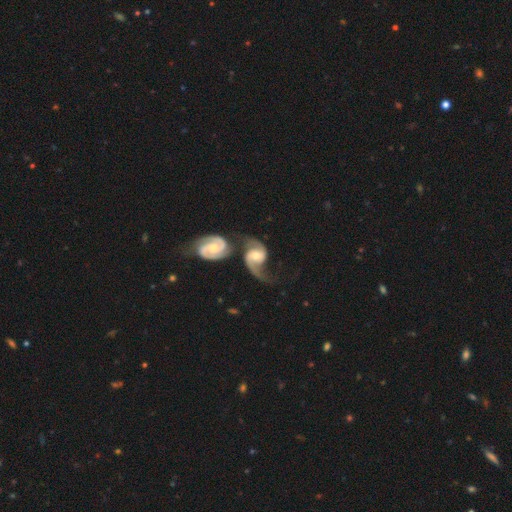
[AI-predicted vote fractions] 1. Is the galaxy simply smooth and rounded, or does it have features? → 87% featured or disk, 9% smooth, 4% star or artifact.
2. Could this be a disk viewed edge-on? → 97% no, 3% yes.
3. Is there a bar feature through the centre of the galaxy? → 44% no, 41% weak, 15% strong.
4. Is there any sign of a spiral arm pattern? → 97% yes, 3% no.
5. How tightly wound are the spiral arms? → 45% medium, 40% loose, 15% tight.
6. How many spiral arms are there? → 87% 2, 7% 1, 4% can't tell, 1% 3, 1% 4, 1% more than 4.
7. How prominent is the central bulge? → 61% moderate, 30% small, 7% large, 2% none, 1% dominant.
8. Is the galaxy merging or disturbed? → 49% merger, 26% none, 13% major disturbance, 13% minor disturbance.